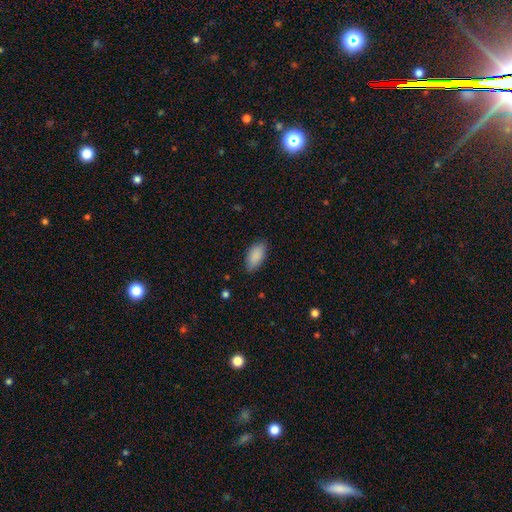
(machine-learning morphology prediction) Q: Smooth or featured?
A: smooth (89%); runner-up: star or artifact (6%)
Q: How rounded?
A: in between (93%); runner-up: cigar-shaped (5%)
Q: Merging?
A: none (84%); runner-up: minor disturbance (12%)